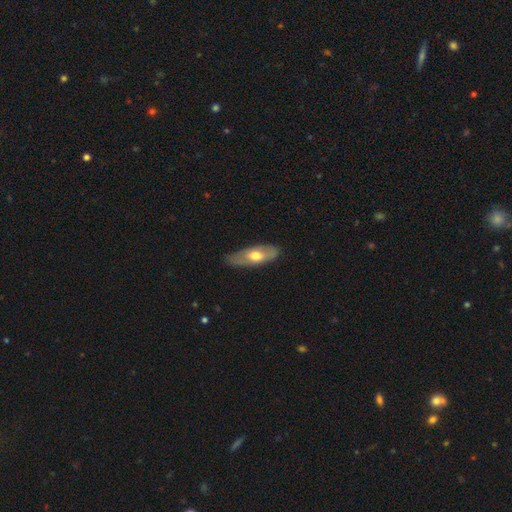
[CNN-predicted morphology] Smooth or featured?
  - smooth: 53% *
  - featured or disk: 42%
  - star or artifact: 5%
How rounded?
  - in between: 68% *
  - cigar-shaped: 29%
  - round: 3%
Merging?
  - none: 75% *
  - minor disturbance: 20%
  - major disturbance: 4%
  - merger: 1%